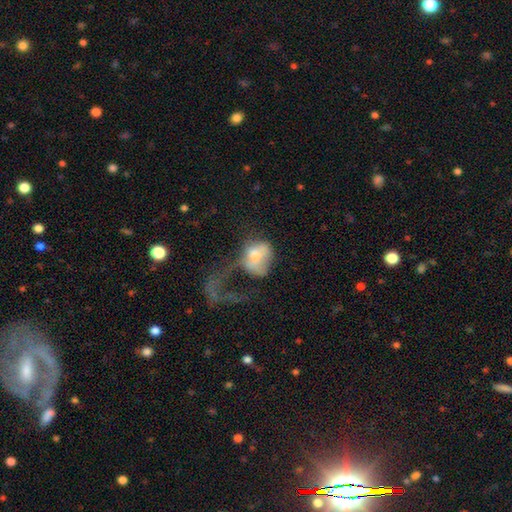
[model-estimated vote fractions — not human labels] Smooth or featured? Predicted: smooth (p=0.60). How rounded? Predicted: in between (p=0.57). Merging? Predicted: major disturbance (p=0.66).